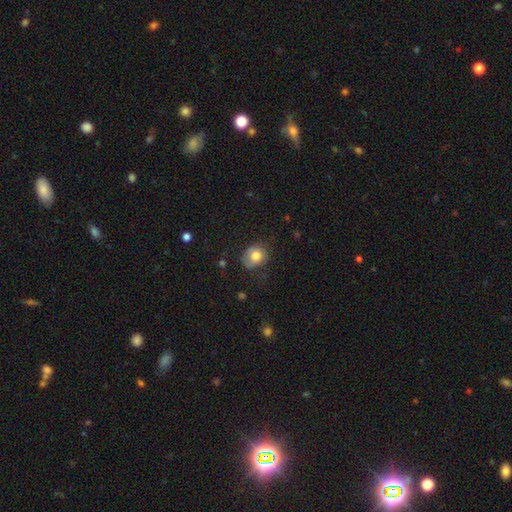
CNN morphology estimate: Q: Smooth or featured?
A: smooth (77%); runner-up: featured or disk (14%)
Q: How rounded?
A: round (59%); runner-up: in between (40%)
Q: Merging?
A: none (60%); runner-up: minor disturbance (28%)